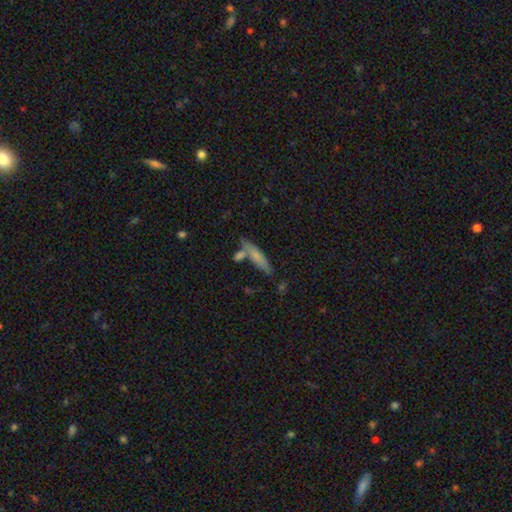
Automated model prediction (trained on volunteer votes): Smooth or featured? Predicted: smooth (p=0.69). How rounded? Predicted: cigar-shaped (p=0.81). Merging? Predicted: none (p=0.64).